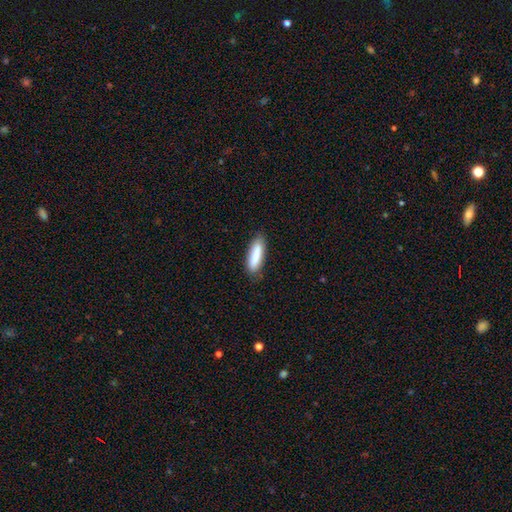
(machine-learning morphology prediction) Smooth or featured?
  - smooth: 83% *
  - featured or disk: 11%
  - star or artifact: 6%
How rounded?
  - cigar-shaped: 60% *
  - in between: 39%
  - round: 1%
Merging?
  - none: 82% *
  - minor disturbance: 14%
  - major disturbance: 3%
  - merger: 1%